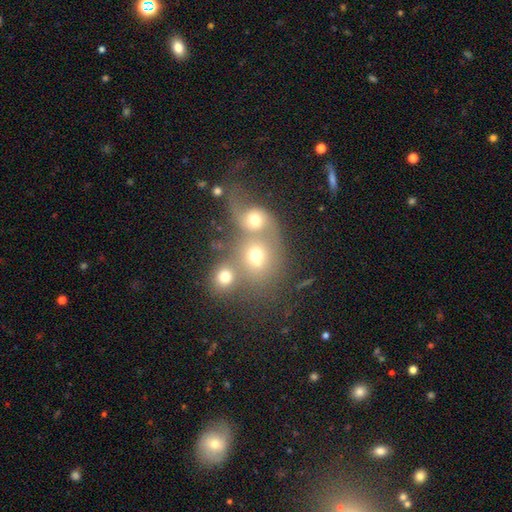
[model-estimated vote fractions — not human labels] Q: Smooth or featured?
A: smooth (50%); runner-up: featured or disk (34%)
Q: How rounded?
A: round (69%); runner-up: in between (30%)
Q: Merging?
A: merger (66%); runner-up: none (20%)